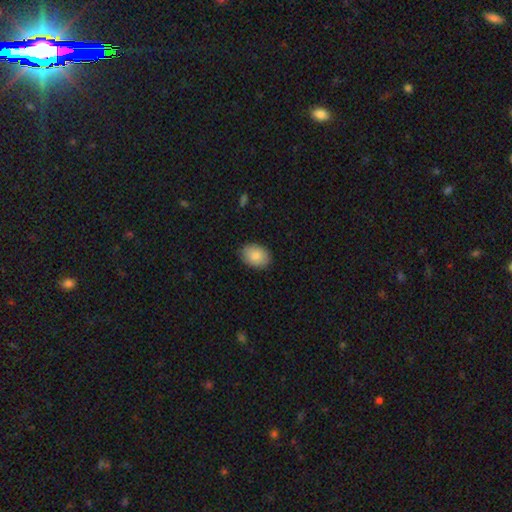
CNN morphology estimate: The model was most divided on "how rounded": in between: 78%, round: 21%, cigar-shaped: 1%. More confident: smooth or featured — smooth (87%); merging — none (87%).